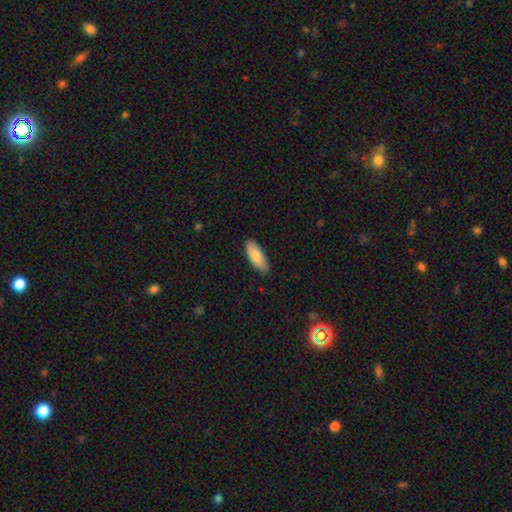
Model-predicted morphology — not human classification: This appears to be a smooth galaxy with no disk features (78%) that is in between round and cigar-shaped (80%). Merging: none (83%).